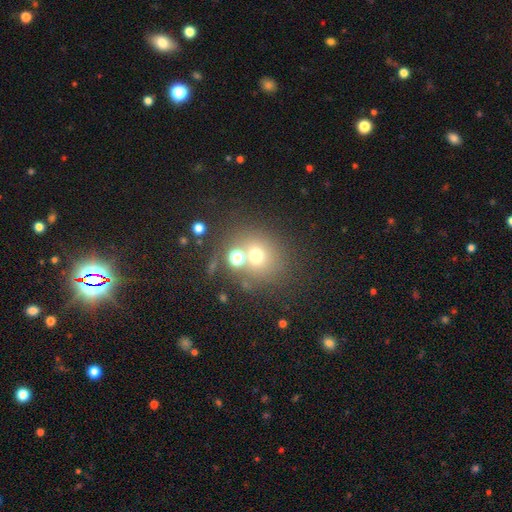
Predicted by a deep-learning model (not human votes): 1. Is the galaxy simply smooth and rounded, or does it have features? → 64% smooth, 22% star or artifact, 14% featured or disk.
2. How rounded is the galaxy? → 81% round, 18% in between, 1% cigar-shaped.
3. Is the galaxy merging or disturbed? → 60% none, 25% merger, 10% minor disturbance, 6% major disturbance.